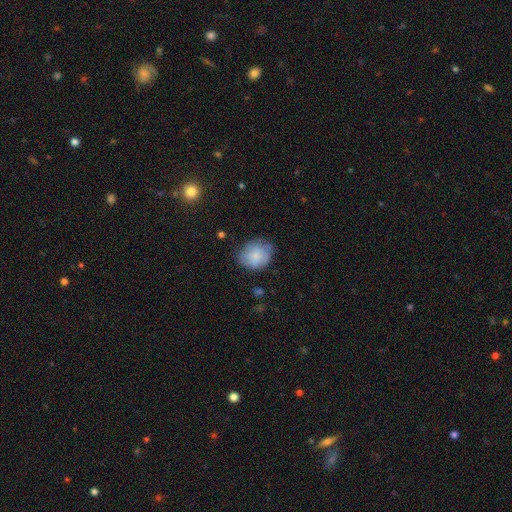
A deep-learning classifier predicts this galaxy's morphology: Smooth or featured? Predicted: smooth (p=0.79). How rounded? Predicted: round (p=0.61). Merging? Predicted: none (p=0.65).